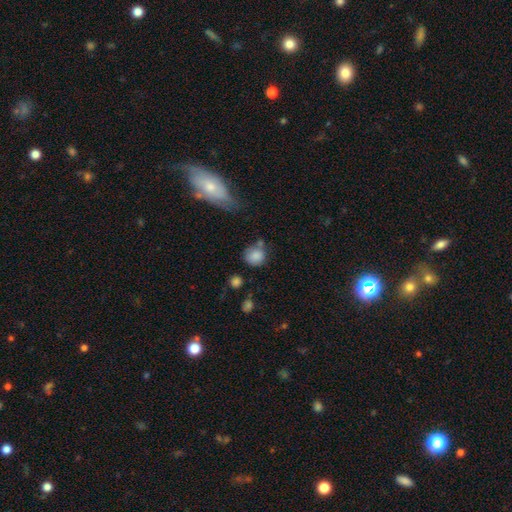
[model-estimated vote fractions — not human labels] Overall: smooth (84%). How rounded: round (81%). Merging: none (61%).